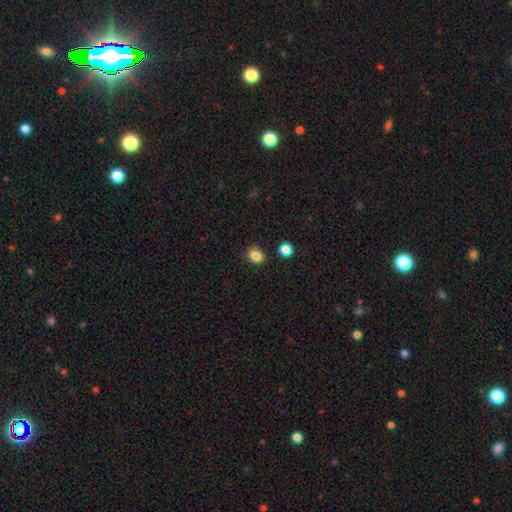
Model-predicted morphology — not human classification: Overall: smooth (85%). How rounded: round (59%; in between 40%). Merging: none (86%).